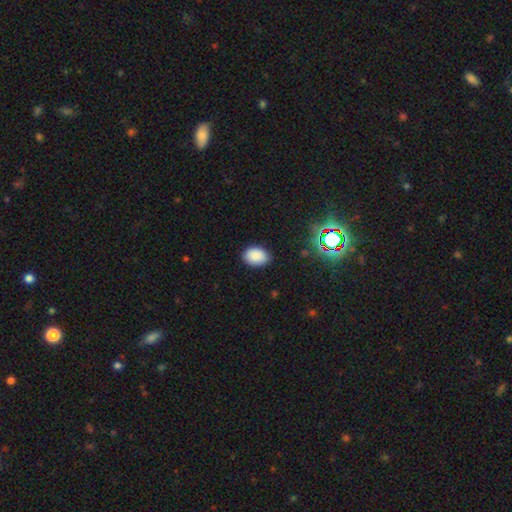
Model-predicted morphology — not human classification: Q: Smooth or featured?
A: smooth (86%); runner-up: star or artifact (10%)
Q: How rounded?
A: in between (78%); runner-up: round (21%)
Q: Merging?
A: none (85%); runner-up: minor disturbance (12%)